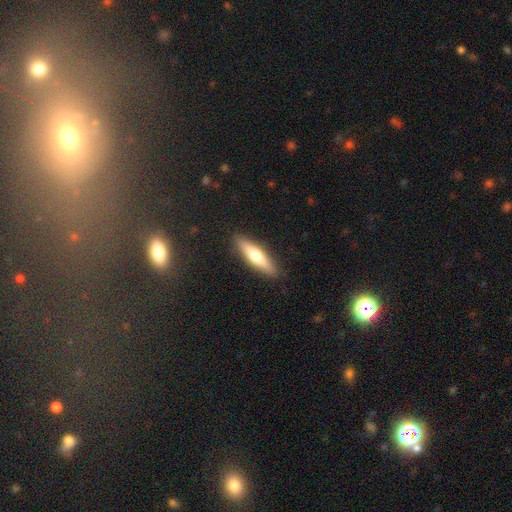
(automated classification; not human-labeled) smooth_or_featured: smooth (p=0.54) [alt: featured or disk p=0.40]
how_rounded: cigar-shaped (p=0.75) [alt: in between p=0.24]
merging: none (p=0.88) [alt: minor disturbance p=0.09]